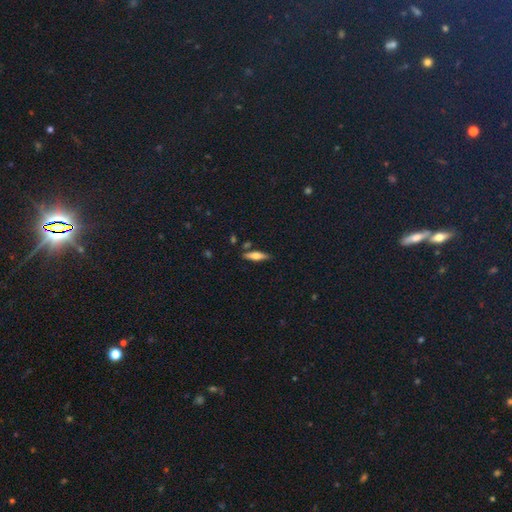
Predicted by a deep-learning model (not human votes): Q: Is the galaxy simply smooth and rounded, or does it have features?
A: smooth — 53%.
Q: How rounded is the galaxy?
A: cigar-shaped — 65%.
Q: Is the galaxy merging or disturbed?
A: none — 82%.